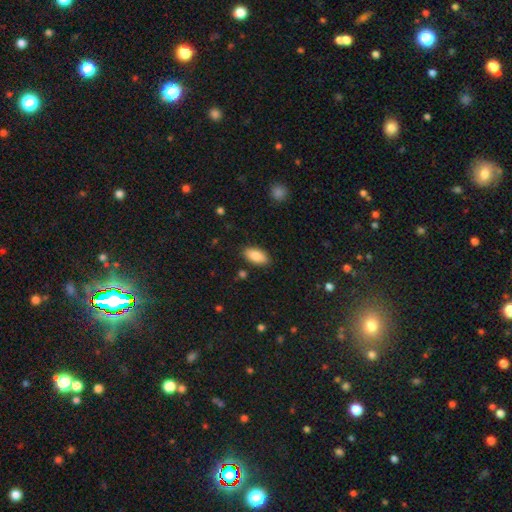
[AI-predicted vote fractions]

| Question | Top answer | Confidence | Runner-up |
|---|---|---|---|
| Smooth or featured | smooth | 86% | featured or disk (7%) |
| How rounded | in between | 92% | cigar-shaped (5%) |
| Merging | none | 87% | minor disturbance (9%) |